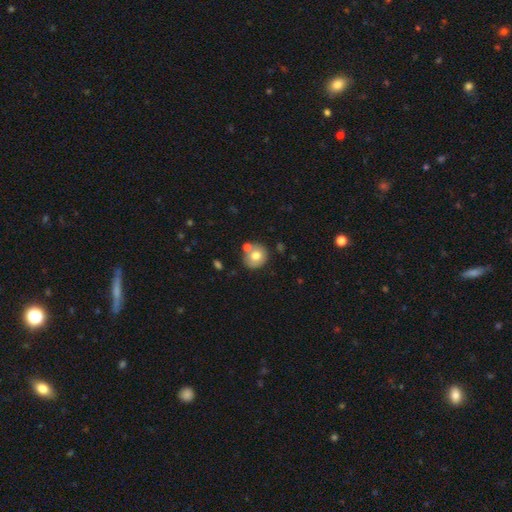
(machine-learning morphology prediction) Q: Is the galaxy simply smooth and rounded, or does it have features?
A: smooth — 70%.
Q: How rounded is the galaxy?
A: round — 84%.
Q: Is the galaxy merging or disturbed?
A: none — 66%.